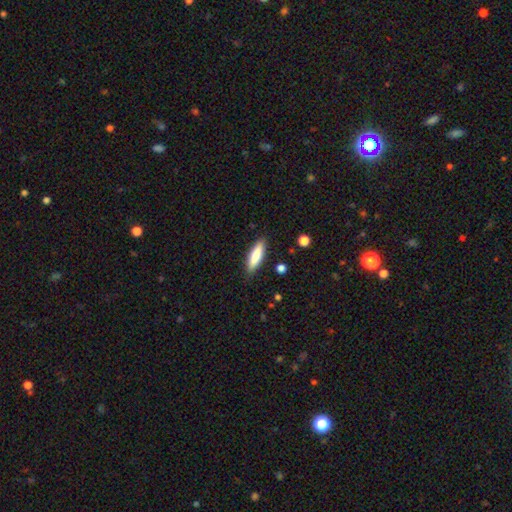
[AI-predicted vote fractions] Smooth or featured: smooth — 81% (featured or disk — 13%)
How rounded: cigar-shaped — 61% (in between — 38%)
Merging: none — 87% (minor disturbance — 9%)